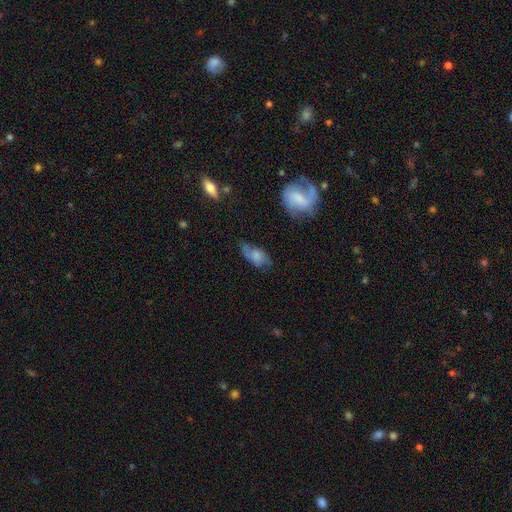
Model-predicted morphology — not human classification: smooth 49%, featured or disk 42%, star or artifact 9%. Down the decision tree: merging — none (54%).